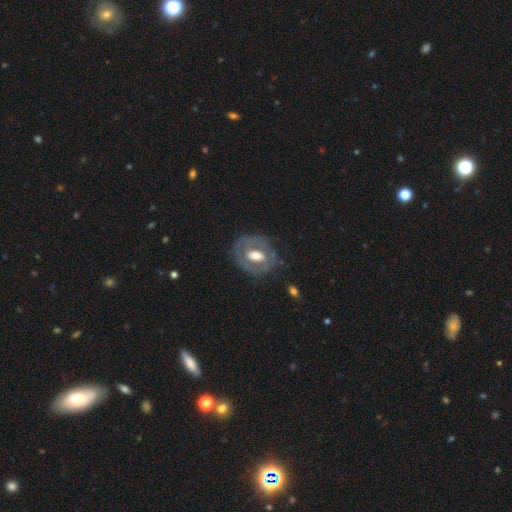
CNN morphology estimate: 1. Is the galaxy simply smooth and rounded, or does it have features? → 63% featured or disk, 31% smooth, 6% star or artifact.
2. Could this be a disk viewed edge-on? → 95% no, 5% yes.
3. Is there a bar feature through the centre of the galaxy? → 51% no, 33% weak, 17% strong.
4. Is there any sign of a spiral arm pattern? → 68% no, 32% yes.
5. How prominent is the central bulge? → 56% moderate, 31% large, 9% small, 2% dominant, 2% none.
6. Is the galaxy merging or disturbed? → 69% none, 19% minor disturbance, 10% major disturbance, 2% merger.